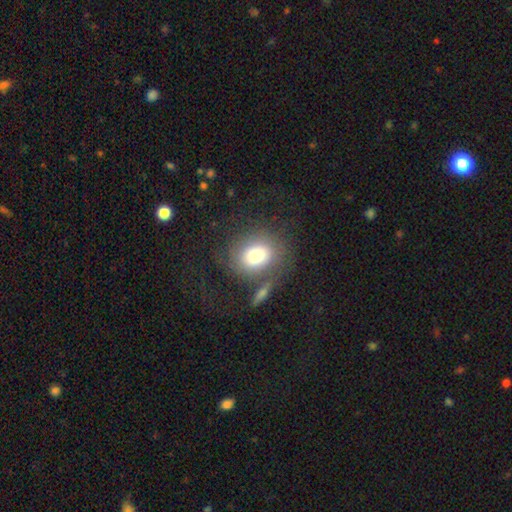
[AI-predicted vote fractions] This appears to be a smooth galaxy with no disk features (75%) that is in between round and cigar-shaped (50%). Merging: none (63%).